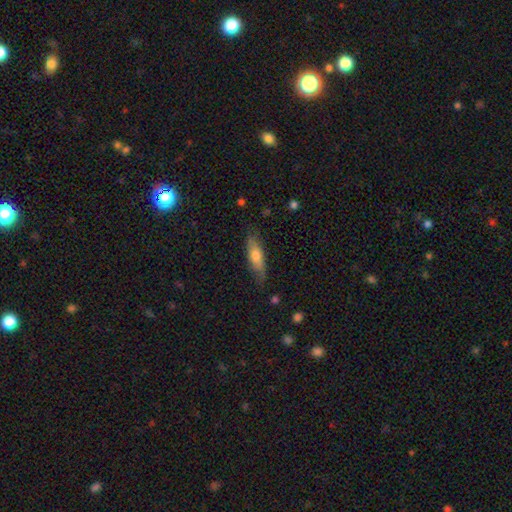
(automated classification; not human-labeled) Morphology: type=smooth (66%); roundness=cigar-shaped (50%); merging=none (76%).